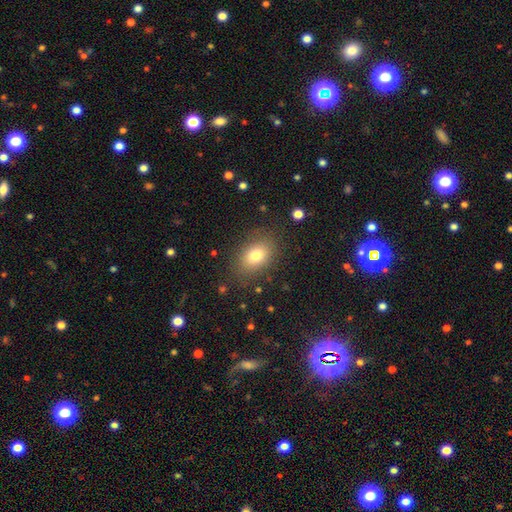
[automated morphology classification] Smooth or featured? Predicted: smooth (p=0.78). How rounded? Predicted: in between (p=0.77). Merging? Predicted: none (p=0.83).